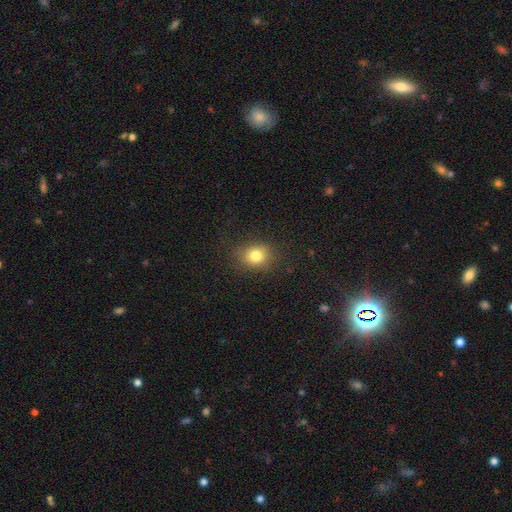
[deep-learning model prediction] Q: Smooth or featured?
A: smooth (80%); runner-up: star or artifact (12%)
Q: How rounded?
A: round (59%); runner-up: in between (40%)
Q: Merging?
A: none (82%); runner-up: minor disturbance (13%)